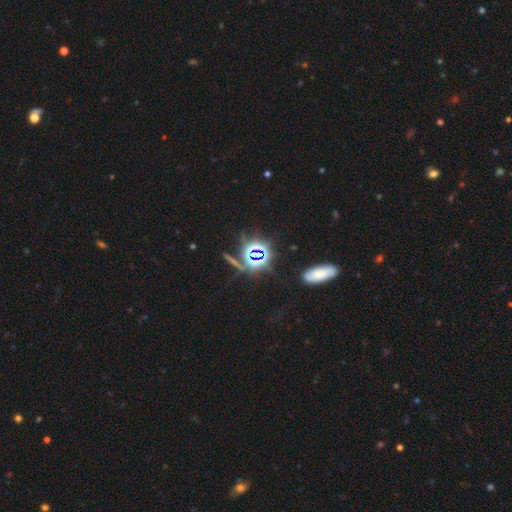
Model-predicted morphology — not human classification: The model was most divided on "smooth or featured": star or artifact: 72%, smooth: 18%, featured or disk: 10%.